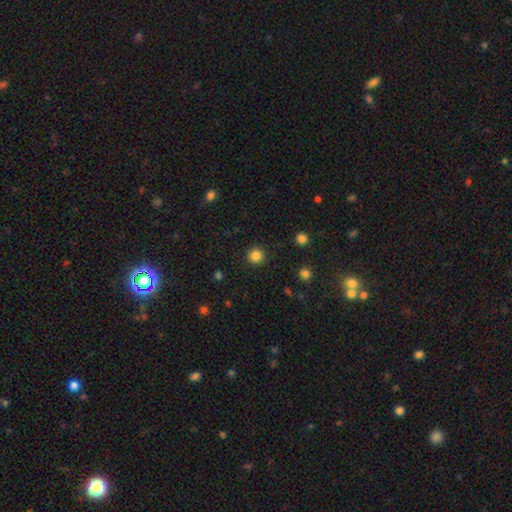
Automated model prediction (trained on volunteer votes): smooth-or-featured: smooth: 84% | star or artifact: 12% | featured or disk: 4%
  how-rounded: round: 94% | in between: 5% | cigar-shaped: 1%
  merging: none: 92% | minor disturbance: 5% | major disturbance: 2% | merger: 1%